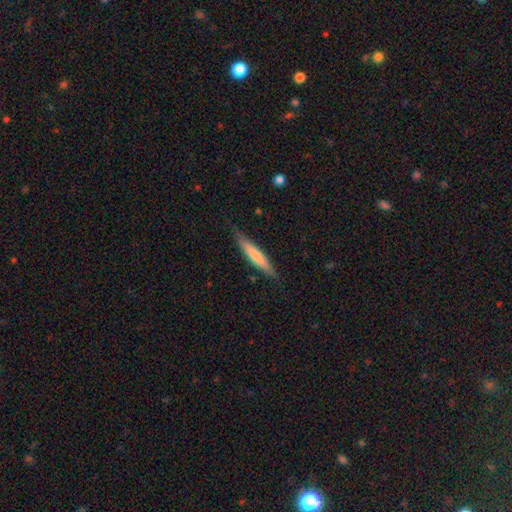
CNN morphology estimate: The model was most divided on "smooth or featured": smooth: 69%, featured or disk: 26%, star or artifact: 5%. More confident: how rounded — cigar-shaped (91%); merging — none (84%).